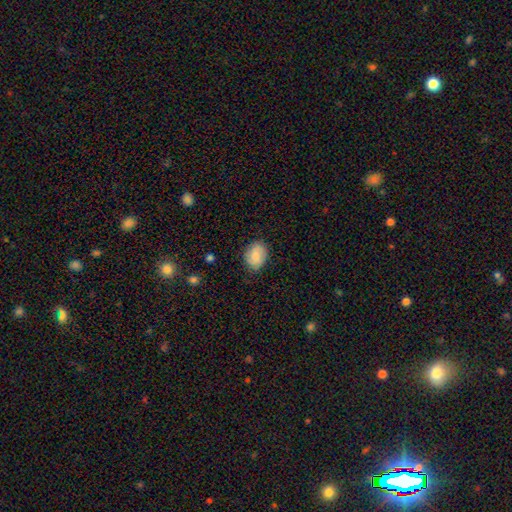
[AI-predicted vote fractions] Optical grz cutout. It shows a smooth galaxy with no disk features (82%) that is in between round and cigar-shaped (72%). Merging: none (81%).